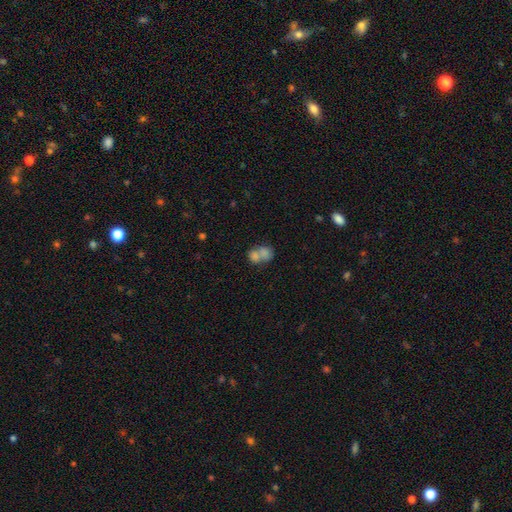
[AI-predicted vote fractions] smooth 72%, featured or disk 18%, star or artifact 10%. Down the decision tree: how rounded — round (50%); merging — merger (68%).